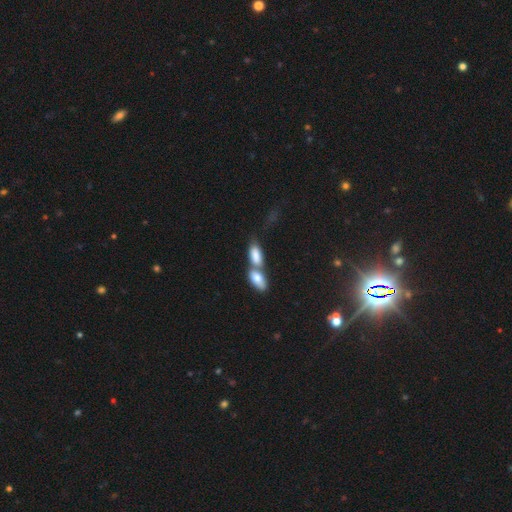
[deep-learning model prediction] Q: Smooth or featured?
A: smooth (79%); runner-up: featured or disk (14%)
Q: How rounded?
A: in between (86%); runner-up: cigar-shaped (10%)
Q: Merging?
A: merger (66%); runner-up: none (21%)